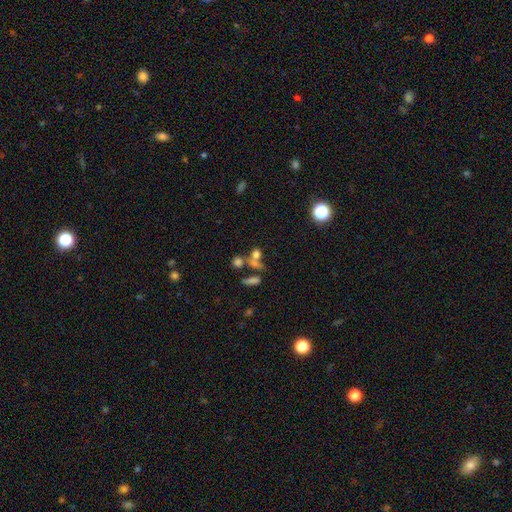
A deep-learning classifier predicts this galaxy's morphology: smooth_or_featured: smooth (p=0.67) [alt: star or artifact p=0.19]
how_rounded: round (p=0.60) [alt: in between p=0.34]
merging: merger (p=0.42) [alt: none p=0.39]